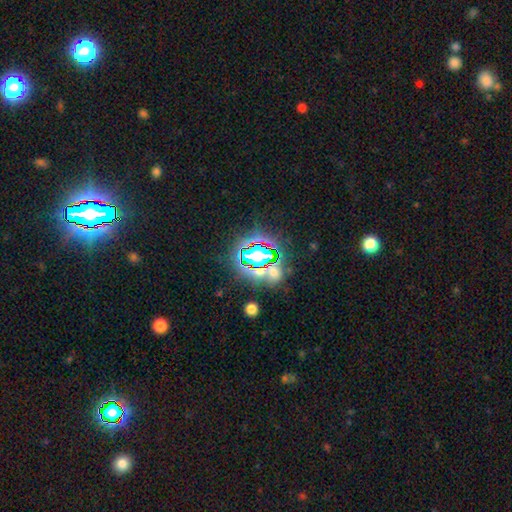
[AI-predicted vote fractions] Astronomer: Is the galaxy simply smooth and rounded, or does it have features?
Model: star or artifact — 69%.